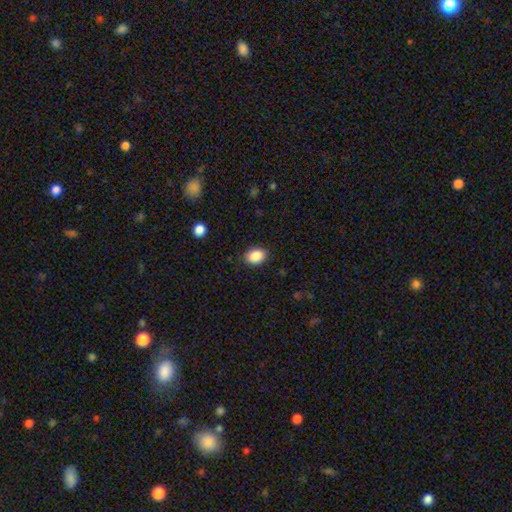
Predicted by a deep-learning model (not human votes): A smooth galaxy with no disk features (89%) that is in between round and cigar-shaped (79%).

Vote fractions:
- Smooth or featured? smooth: 89% / star or artifact: 8% / featured or disk: 4%
- How rounded? in between: 79% / round: 20% / cigar-shaped: 1%
- Merging? none: 87% / minor disturbance: 9% / major disturbance: 2% / merger: 1%